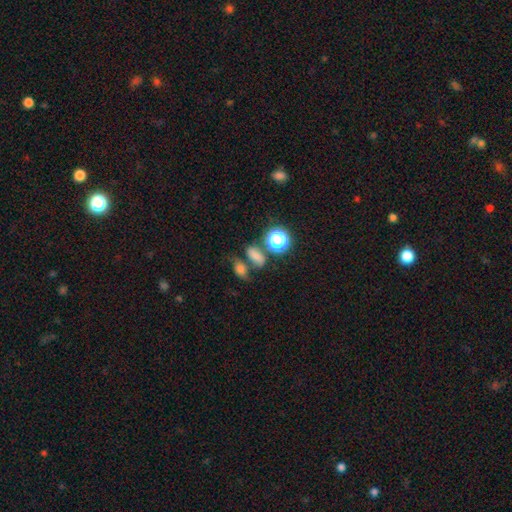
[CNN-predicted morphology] Overall: smooth (65%). How rounded: in between (67%; round 30%). Merging: none (43%; merger 31%).